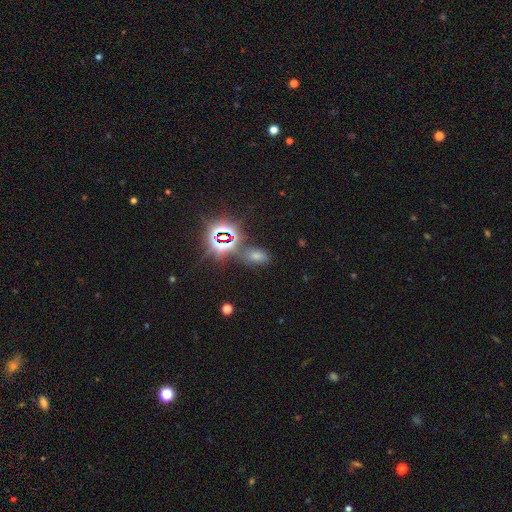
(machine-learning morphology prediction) This is possibly a smooth galaxy (47%). Merging: likely none (72%).